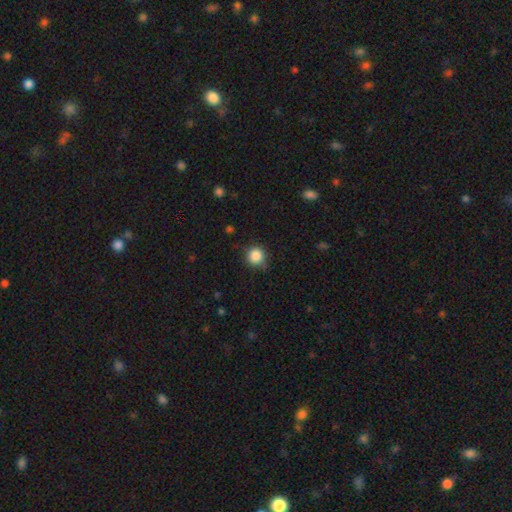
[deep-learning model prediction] A smooth galaxy with no disk features (86%) that is round (92%). Merging: none (79%).